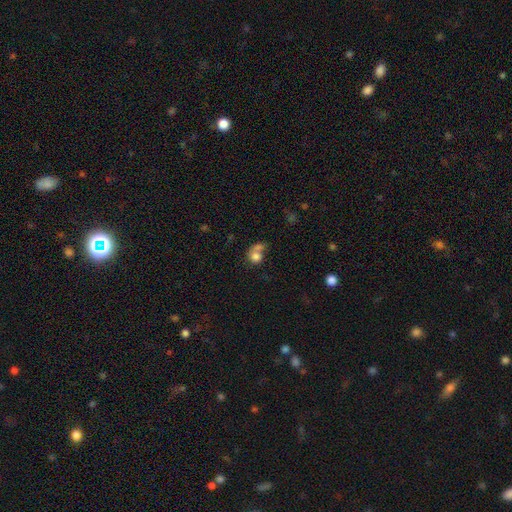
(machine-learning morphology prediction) Smooth or featured: smooth — 76% (featured or disk — 14%)
How rounded: round — 72% (in between — 27%)
Merging: merger — 53% (none — 28%)